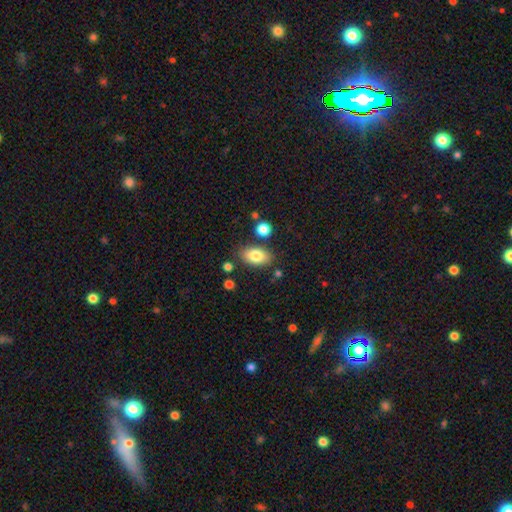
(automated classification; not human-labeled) smooth_or_featured: smooth (p=0.82) [alt: featured or disk p=0.11]
how_rounded: in between (p=0.90) [alt: round p=0.07]
merging: none (p=0.80) [alt: minor disturbance p=0.12]